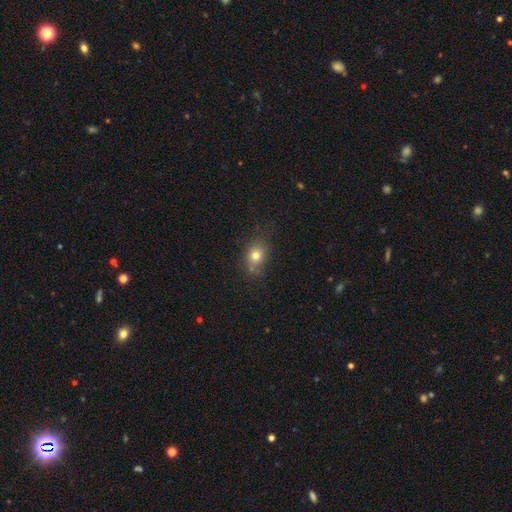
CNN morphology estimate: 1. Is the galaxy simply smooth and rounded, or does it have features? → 76% smooth, 13% star or artifact, 11% featured or disk.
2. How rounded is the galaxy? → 50% in between, 49% round, 1% cigar-shaped.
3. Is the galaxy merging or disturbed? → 64% none, 22% minor disturbance, 7% merger, 7% major disturbance.